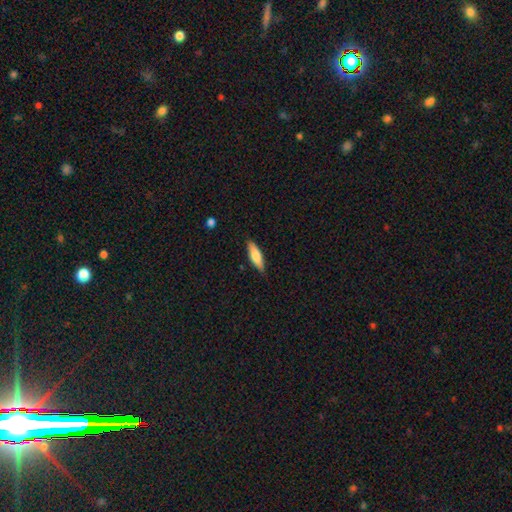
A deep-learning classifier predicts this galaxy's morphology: Smooth or featured? Predicted: smooth (p=0.73). How rounded? Predicted: cigar-shaped (p=0.56). Merging? Predicted: none (p=0.86).